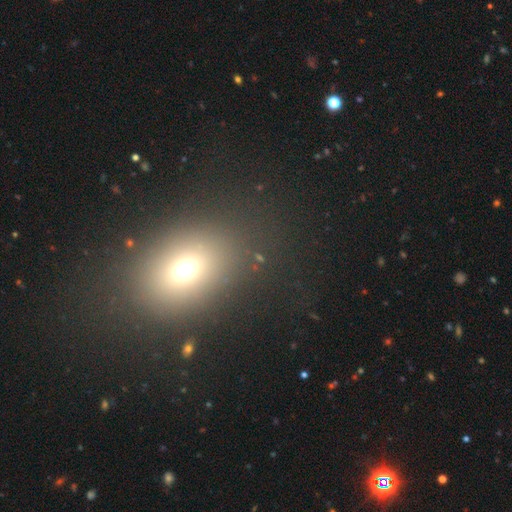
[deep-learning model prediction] This is likely a smooth galaxy (62%). How rounded: likely in between (63%). Merging: clearly none (82%).